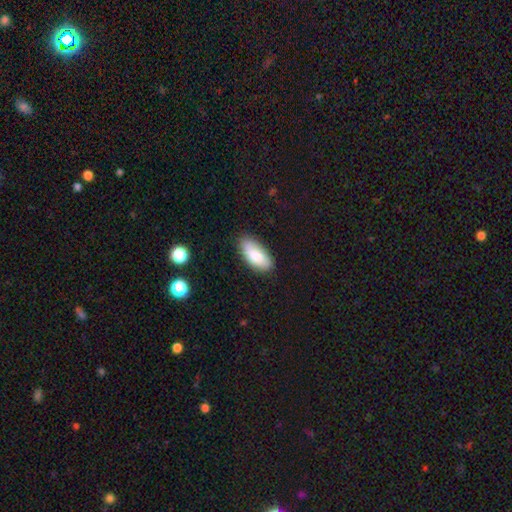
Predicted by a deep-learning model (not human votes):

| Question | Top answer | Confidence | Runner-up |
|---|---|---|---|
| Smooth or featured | smooth | 81% | featured or disk (12%) |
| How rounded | in between | 89% | cigar-shaped (9%) |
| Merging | none | 79% | minor disturbance (17%) |